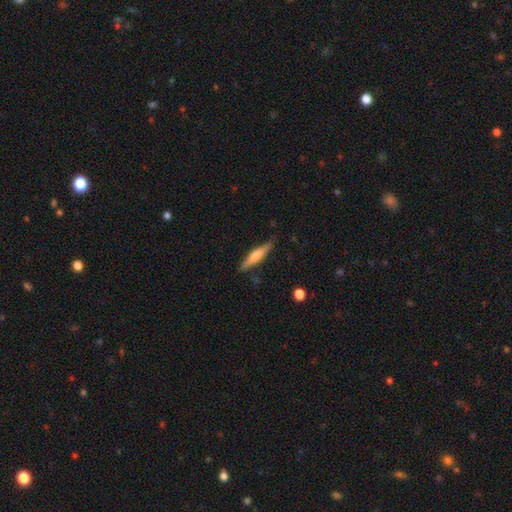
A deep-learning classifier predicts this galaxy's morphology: Overall: smooth (49%; featured or disk 45%). Merging: none (83%).